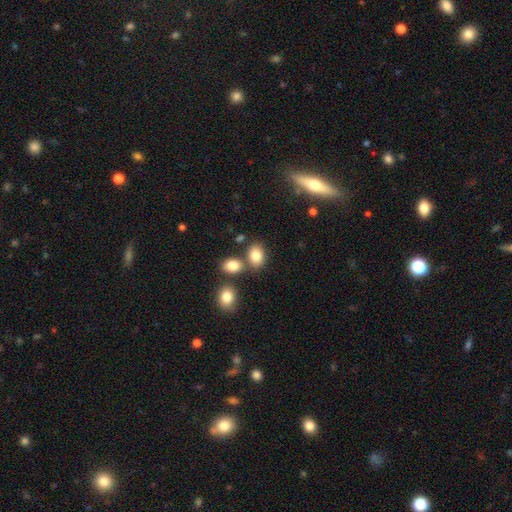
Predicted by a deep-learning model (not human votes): A smooth galaxy with no disk features (82%) that is in between round and cigar-shaped (69%). Merging: none (65%).